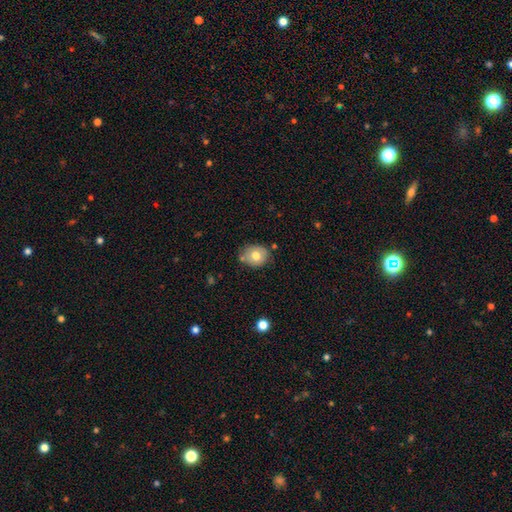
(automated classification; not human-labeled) Smooth or featured? smooth (71%)
How rounded? round (62%)
Merging? none (69%)